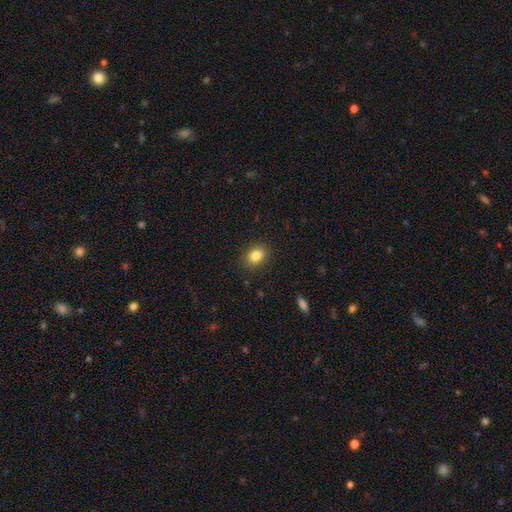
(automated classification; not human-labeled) The model was most divided on "how rounded": in between: 54%, round: 45%, cigar-shaped: 1%. More confident: merging — none (88%); smooth or featured — smooth (84%).